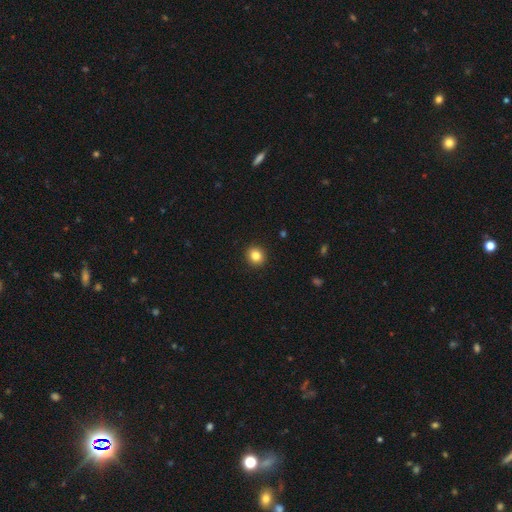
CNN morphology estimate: Smooth or featured? smooth (84%)
How rounded? round (89%)
Merging? none (93%)